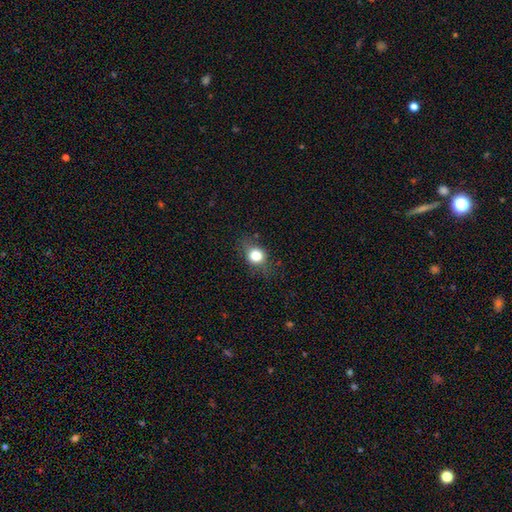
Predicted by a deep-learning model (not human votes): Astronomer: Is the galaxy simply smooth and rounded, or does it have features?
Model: smooth — 76%.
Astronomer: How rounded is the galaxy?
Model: round — 61% (runner-up: in between, 37%).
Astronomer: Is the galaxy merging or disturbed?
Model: none — 73%.